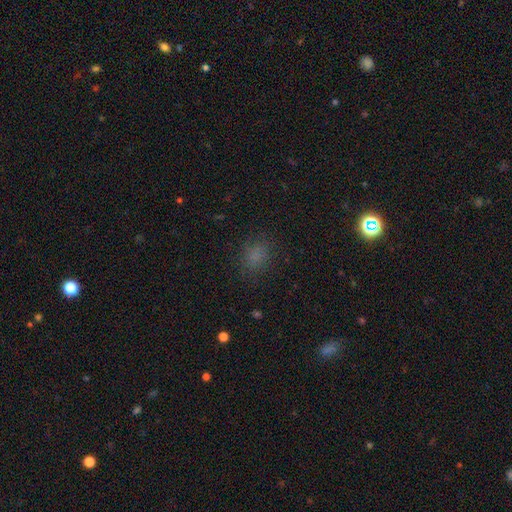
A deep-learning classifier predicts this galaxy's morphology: Overall: smooth (74%). How rounded: in between (53%; round 45%). Merging: none (79%).